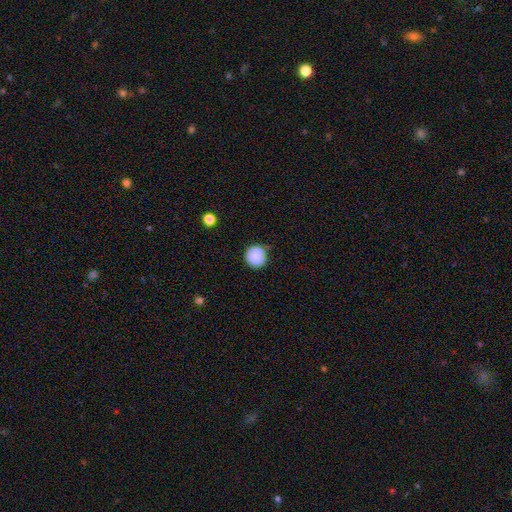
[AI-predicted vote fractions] This appears to be a smooth galaxy with no disk features (86%) that is round (93%). Merging: none (81%).